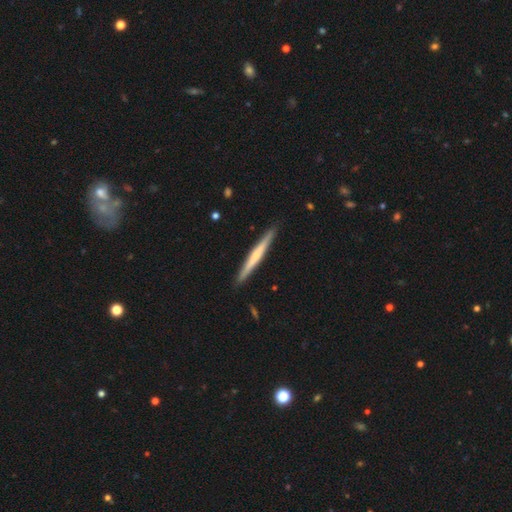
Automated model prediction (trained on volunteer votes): A featured or disk galaxy (51%) viewed edge-on (97%). Merging: none (92%).